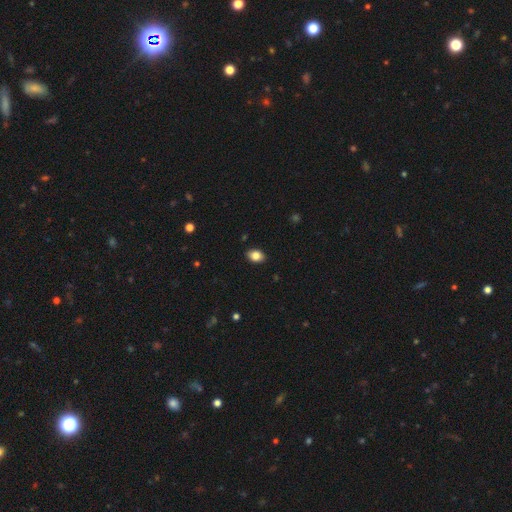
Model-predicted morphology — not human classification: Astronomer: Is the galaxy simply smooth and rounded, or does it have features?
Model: smooth — 85%.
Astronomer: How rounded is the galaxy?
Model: in between — 76%.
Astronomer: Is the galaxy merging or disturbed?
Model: none — 88%.